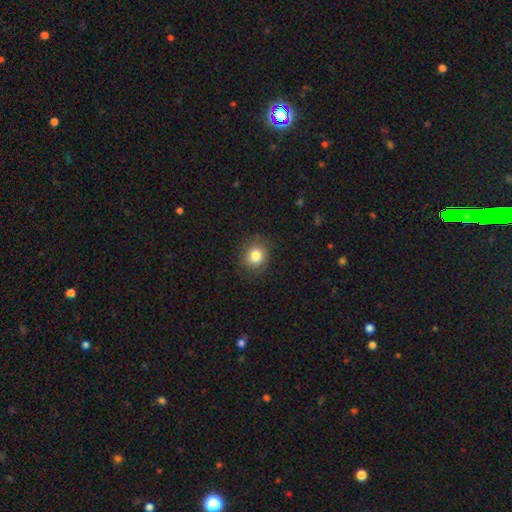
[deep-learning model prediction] The model was most divided on "how rounded": round: 78%, in between: 21%, cigar-shaped: 1%. More confident: merging — none (85%); smooth or featured — smooth (84%).